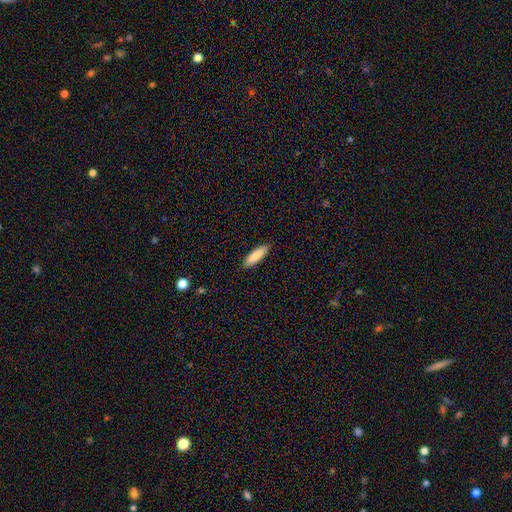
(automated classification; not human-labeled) Smooth or featured? Predicted: smooth (p=0.85). How rounded? Predicted: cigar-shaped (p=0.54). Merging? Predicted: none (p=0.90).